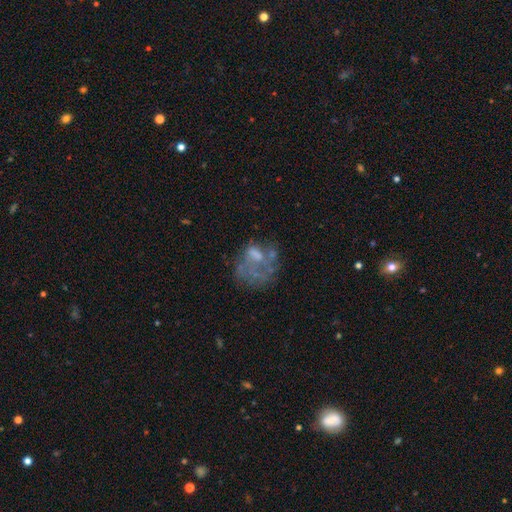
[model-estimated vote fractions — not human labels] Smooth or featured? Predicted: featured or disk (p=0.53). Edge-on disk? Predicted: no (p=0.98). Bar? Predicted: no (p=0.85). Spiral arms? Predicted: no (p=0.85). Bulge size? Predicted: none (p=0.45). Merging? Predicted: major disturbance (p=0.36).